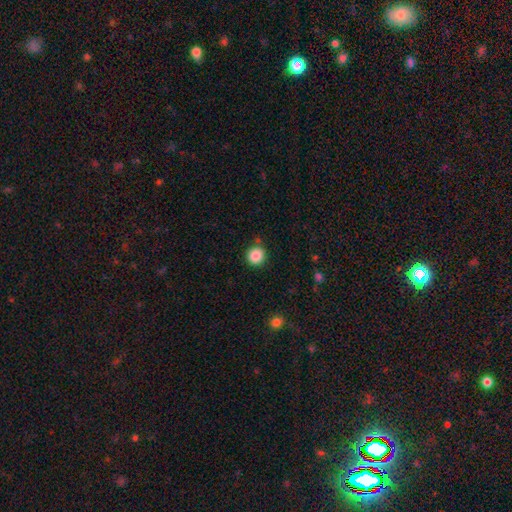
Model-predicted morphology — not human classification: Smooth or featured?
  - smooth: 87% *
  - star or artifact: 10%
  - featured or disk: 4%
How rounded?
  - round: 92% *
  - in between: 7%
  - cigar-shaped: 1%
Merging?
  - none: 85% *
  - minor disturbance: 9%
  - merger: 3%
  - major disturbance: 3%